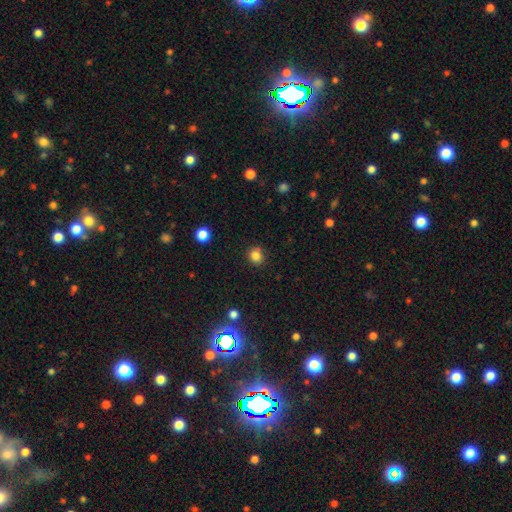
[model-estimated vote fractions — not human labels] Overall: smooth (82%). How rounded: round (83%). Merging: none (84%).